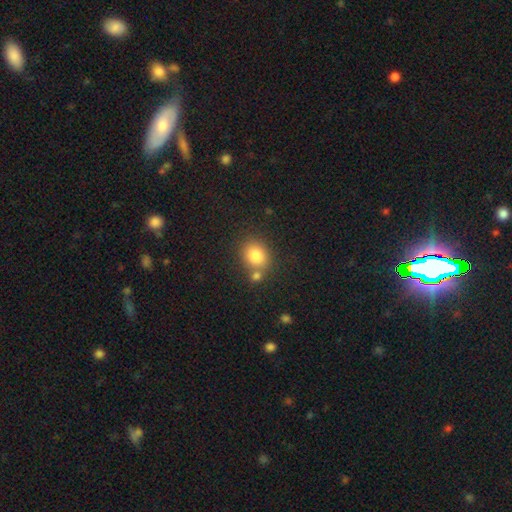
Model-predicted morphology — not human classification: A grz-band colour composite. It shows a smooth galaxy with no disk features (83%) that is round (64%). Merging: none (62%).